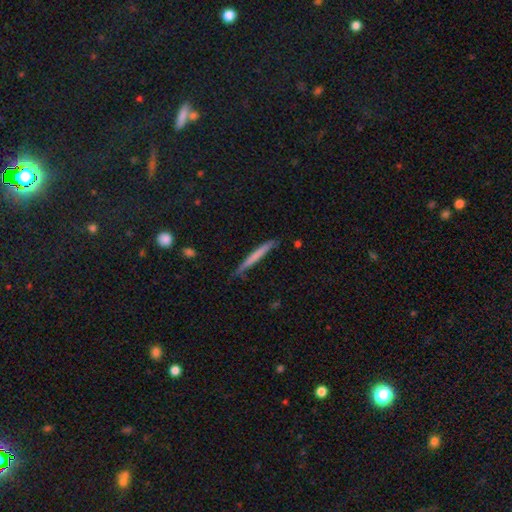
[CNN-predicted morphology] A smooth galaxy with no disk features (61%) that is cigar-shaped (96%).

Vote fractions:
- Smooth or featured? smooth: 61% / featured or disk: 33% / star or artifact: 6%
- How rounded? cigar-shaped: 96% / in between: 2% / round: 1%
- Merging? none: 80% / minor disturbance: 16% / major disturbance: 3% / merger: 2%